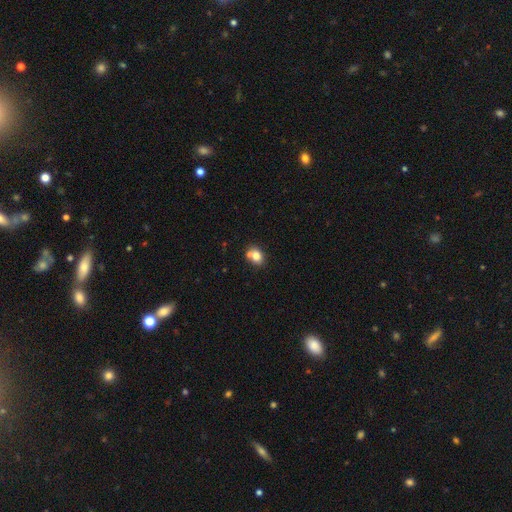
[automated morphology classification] This appears to be a smooth galaxy with no disk features (78%) that is round (50%). Merging: none (56%).